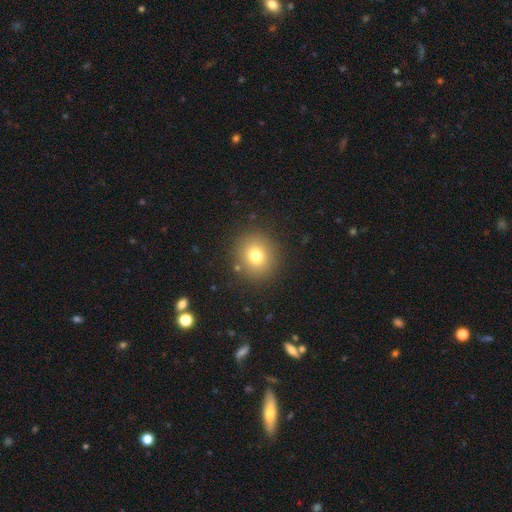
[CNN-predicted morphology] smooth 74%, star or artifact 15%, featured or disk 11%. Down the decision tree: how rounded — round (87%); merging — none (88%).